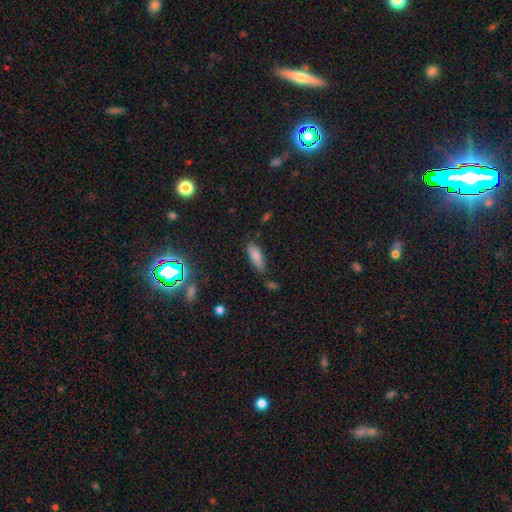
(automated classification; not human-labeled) smooth-or-featured: smooth: 82% | star or artifact: 10% | featured or disk: 8%
  how-rounded: in between: 60% | cigar-shaped: 38% | round: 2%
  merging: none: 68% | minor disturbance: 23% | major disturbance: 5% | merger: 4%